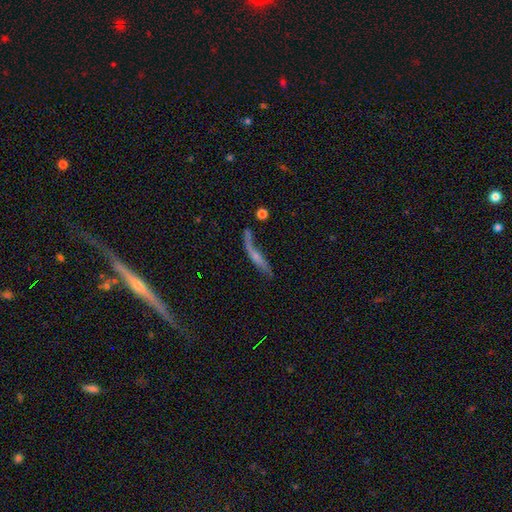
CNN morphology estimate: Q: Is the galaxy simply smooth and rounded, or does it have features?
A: featured or disk — 59%.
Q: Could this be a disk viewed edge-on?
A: no — 50%, tied with yes.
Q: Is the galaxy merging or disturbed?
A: none — 37%.